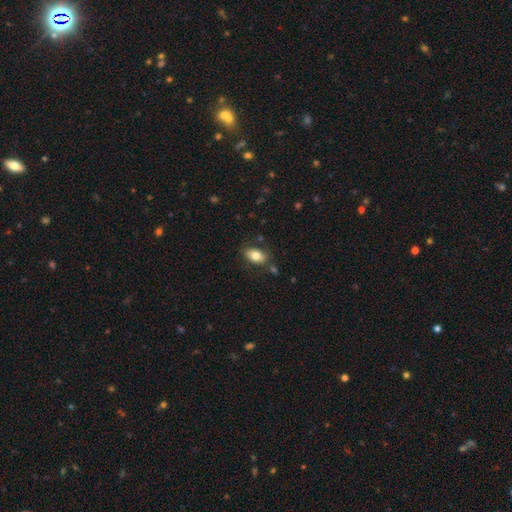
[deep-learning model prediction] The model was most divided on "merging": none: 78%, minor disturbance: 14%, merger: 4%, major disturbance: 4%. More confident: how rounded — in between (88%); smooth or featured — smooth (79%).